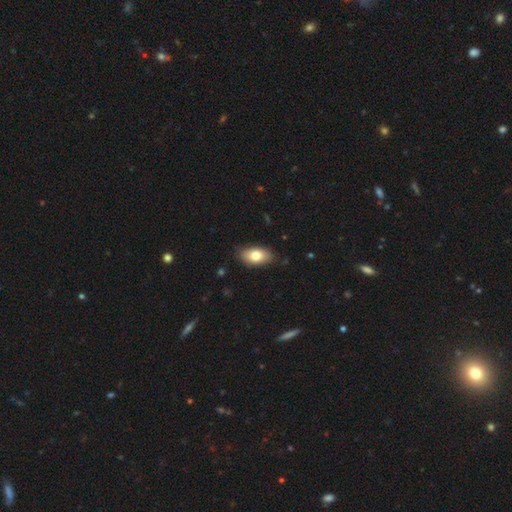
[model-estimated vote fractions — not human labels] A smooth galaxy with no disk features (78%) that is in between round and cigar-shaped (92%).

Vote fractions:
- Smooth or featured? smooth: 78% / featured or disk: 15% / star or artifact: 7%
- How rounded? in between: 92% / round: 5% / cigar-shaped: 3%
- Merging? none: 84% / minor disturbance: 13% / major disturbance: 2% / merger: 1%